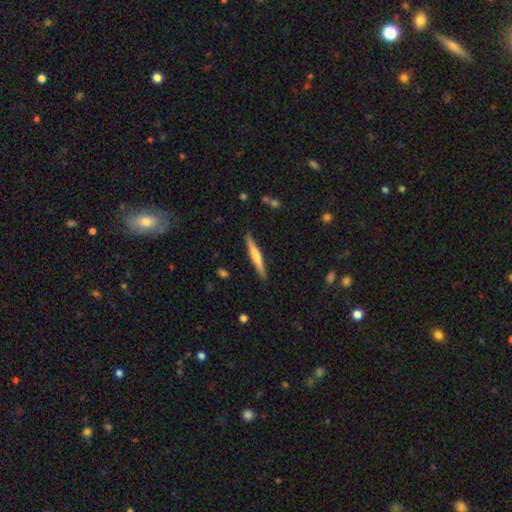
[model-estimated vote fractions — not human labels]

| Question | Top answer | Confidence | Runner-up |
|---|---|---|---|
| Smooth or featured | smooth | 56% | featured or disk (39%) |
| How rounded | cigar-shaped | 94% | in between (5%) |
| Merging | none | 89% | minor disturbance (8%) |